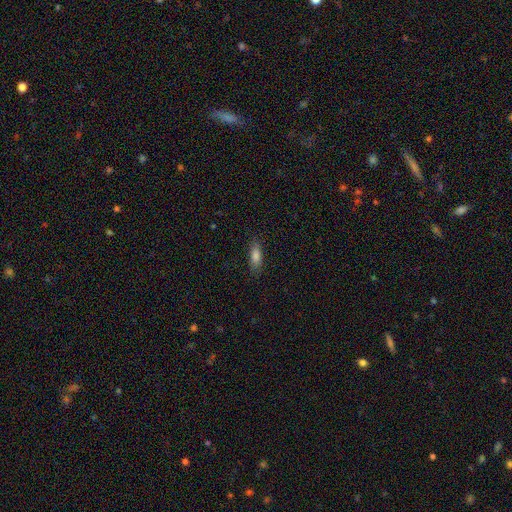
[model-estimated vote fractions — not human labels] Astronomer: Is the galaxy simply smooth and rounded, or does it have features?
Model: smooth — 80%.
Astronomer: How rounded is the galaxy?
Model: in between — 64%.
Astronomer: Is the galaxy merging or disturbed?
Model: none — 84%.